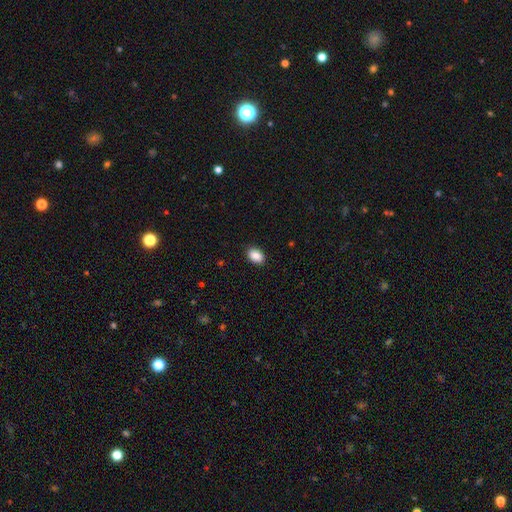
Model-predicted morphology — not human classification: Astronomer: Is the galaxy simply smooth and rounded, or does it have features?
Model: smooth — 90%.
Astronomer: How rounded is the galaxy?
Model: in between — 86%.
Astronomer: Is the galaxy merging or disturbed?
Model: none — 89%.